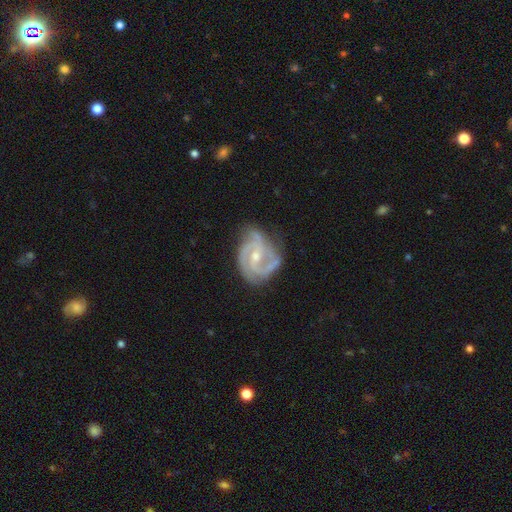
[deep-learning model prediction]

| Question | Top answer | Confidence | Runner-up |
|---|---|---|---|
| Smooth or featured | featured or disk | 91% | smooth (5%) |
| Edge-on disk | no | 98% | yes (2%) |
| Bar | no | 45% | weak (43%) |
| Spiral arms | yes | 98% | no (2%) |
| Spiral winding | tight | 47% | medium (45%) |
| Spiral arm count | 3 | 50% | 2 (32%) |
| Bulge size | small | 49% | moderate (48%) |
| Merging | none | 60% | minor disturbance (27%) |